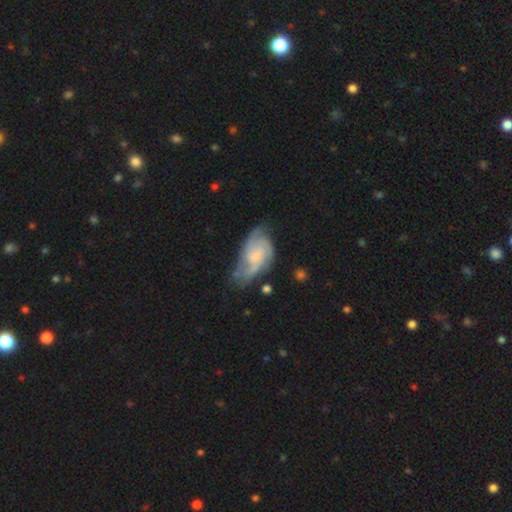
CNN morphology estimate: featured or disk 78%, smooth 17%, star or artifact 6%. Down the decision tree: edge-on disk — no (97%); bar — no (61%); spiral arms — yes (94%); spiral arm count — 3 (33%); spiral winding — medium (47%); bulge size — small (45%); merging — none (57%).